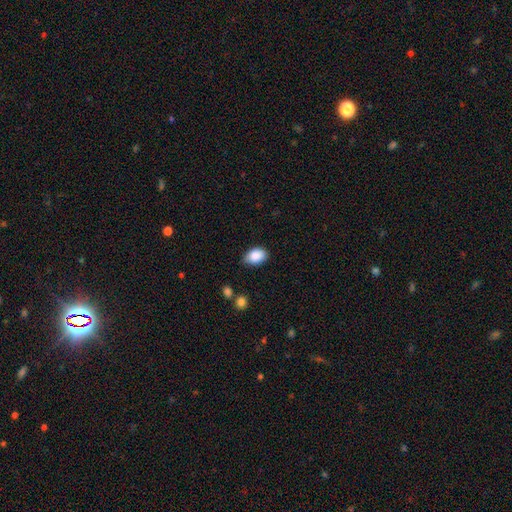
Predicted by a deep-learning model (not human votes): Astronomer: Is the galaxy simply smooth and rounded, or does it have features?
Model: smooth — 88%.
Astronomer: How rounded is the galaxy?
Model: in between — 85%.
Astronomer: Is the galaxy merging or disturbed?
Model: none — 71%.